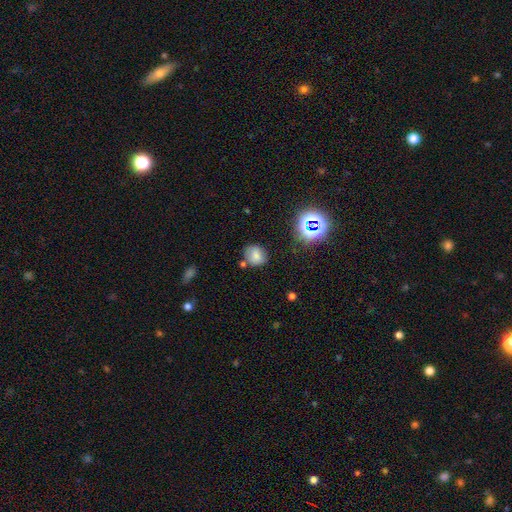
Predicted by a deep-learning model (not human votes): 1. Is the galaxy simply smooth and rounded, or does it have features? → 71% smooth, 17% star or artifact, 12% featured or disk.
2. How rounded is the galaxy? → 69% round, 30% in between, 1% cigar-shaped.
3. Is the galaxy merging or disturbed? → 70% none, 18% minor disturbance, 7% merger, 5% major disturbance.